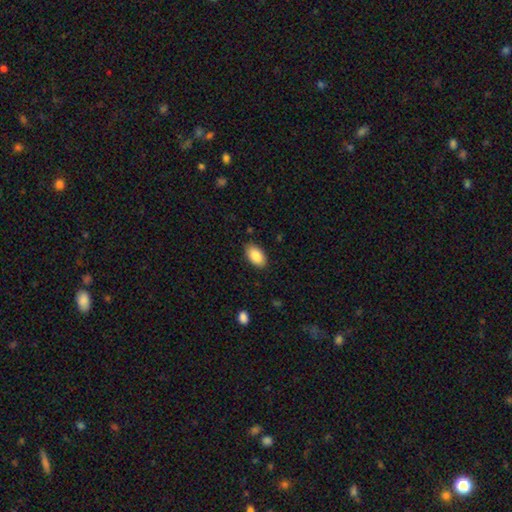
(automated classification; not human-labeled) The model was most divided on "merging": none: 86%, minor disturbance: 10%, major disturbance: 2%, merger: 1%. More confident: how rounded — in between (94%); smooth or featured — smooth (87%).